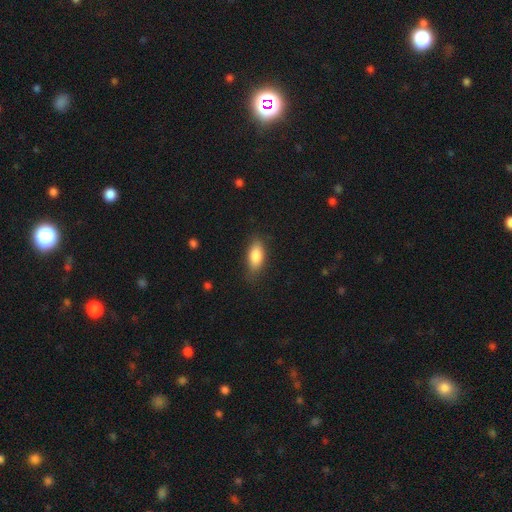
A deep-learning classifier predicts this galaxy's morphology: smooth_or_featured: smooth (p=0.84) [alt: featured or disk p=0.10]
how_rounded: in between (p=0.84) [alt: cigar-shaped p=0.13]
merging: none (p=0.80) [alt: minor disturbance p=0.15]